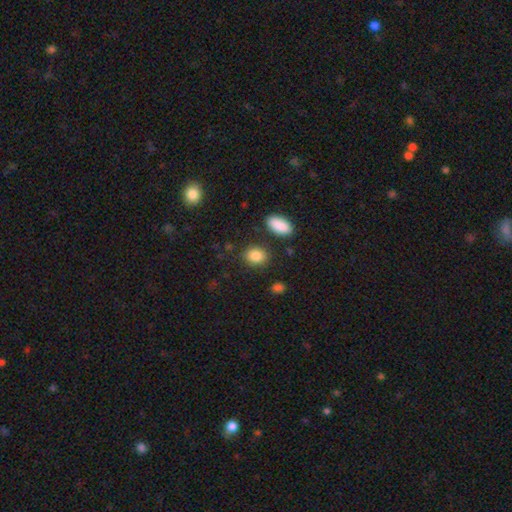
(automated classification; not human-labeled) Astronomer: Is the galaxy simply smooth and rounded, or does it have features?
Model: smooth — 87%.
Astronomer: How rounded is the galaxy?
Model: in between — 54% (runner-up: round, 44%).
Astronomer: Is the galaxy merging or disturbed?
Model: none — 83%.